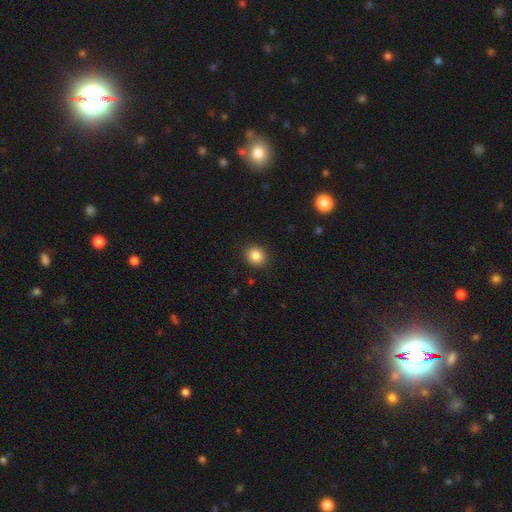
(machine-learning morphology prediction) The model was most divided on "how rounded": round: 75%, in between: 24%, cigar-shaped: 1%. More confident: merging — none (91%); smooth or featured — smooth (85%).